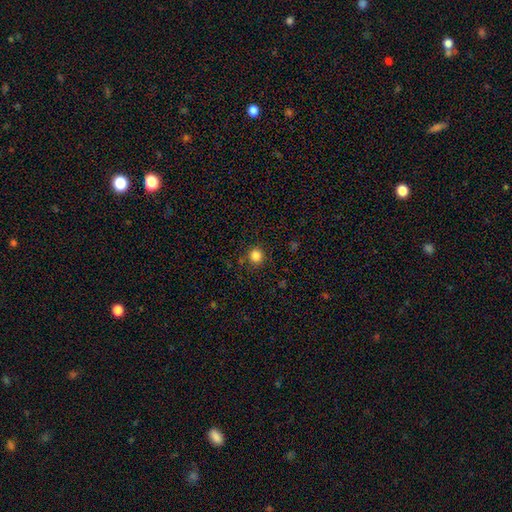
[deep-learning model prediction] Smooth or featured? smooth (84%)
How rounded? round (93%)
Merging? none (88%)